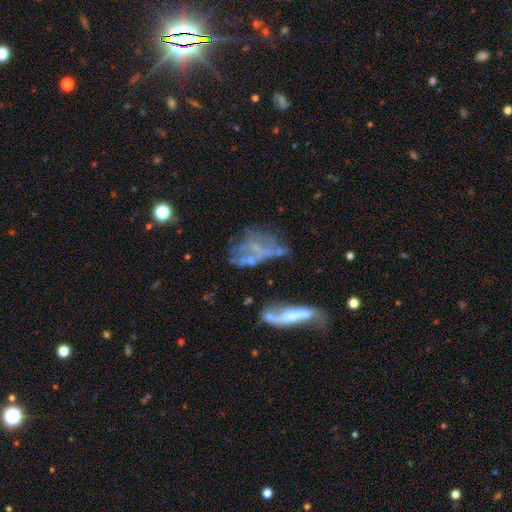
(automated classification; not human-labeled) A featured or disk galaxy (56%) with no bar (78%), no spiral arms (77%) and no central bulge (69%).

Vote fractions:
- Smooth or featured? featured or disk: 56% / smooth: 25% / star or artifact: 19%
- Edge-on disk? no: 91% / yes: 9%
- Bar? no: 78% / weak: 15% / strong: 7%
- Spiral arms? no: 77% / yes: 23%
- Bulge size? none: 69% / small: 18% / moderate: 9% / large: 2% / dominant: 1%
- Merging? major disturbance: 33% / none: 30% / merger: 20% / minor disturbance: 17%